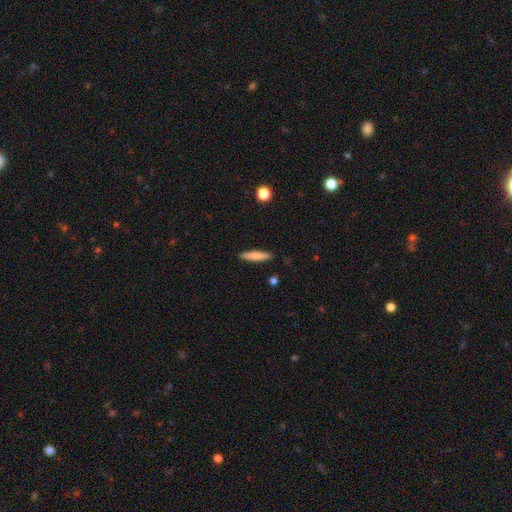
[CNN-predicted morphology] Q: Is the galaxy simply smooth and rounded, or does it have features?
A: smooth — 78%.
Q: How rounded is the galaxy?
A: cigar-shaped — 88%.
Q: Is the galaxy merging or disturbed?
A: none — 90%.